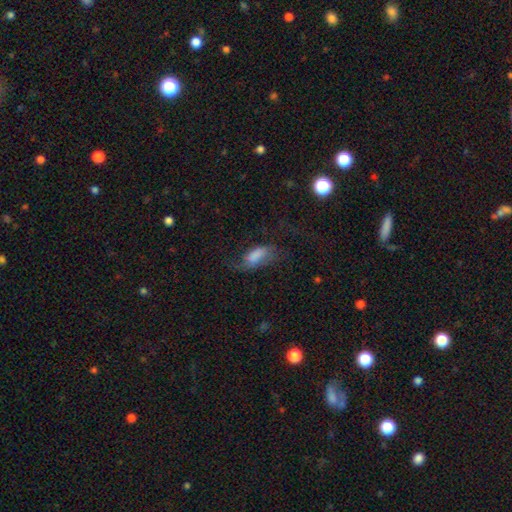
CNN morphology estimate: Smooth or featured: smooth — 60% (featured or disk — 30%)
How rounded: in between — 88% (cigar-shaped — 8%)
Merging: major disturbance — 39% (none — 35%)